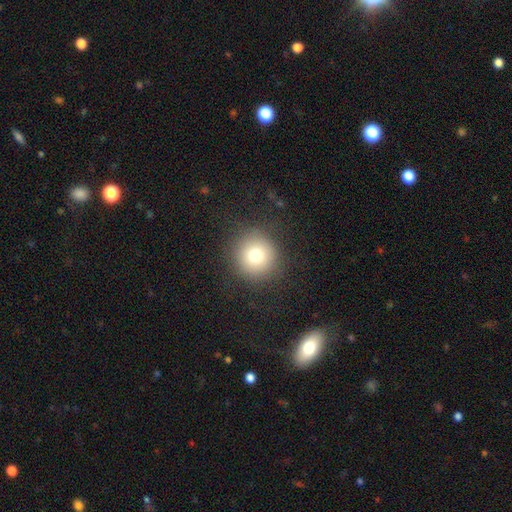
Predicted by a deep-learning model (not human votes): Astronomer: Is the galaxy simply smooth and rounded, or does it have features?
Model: smooth — 75%.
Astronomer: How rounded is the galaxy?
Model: round — 94%.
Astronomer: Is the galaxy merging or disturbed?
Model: none — 87%.